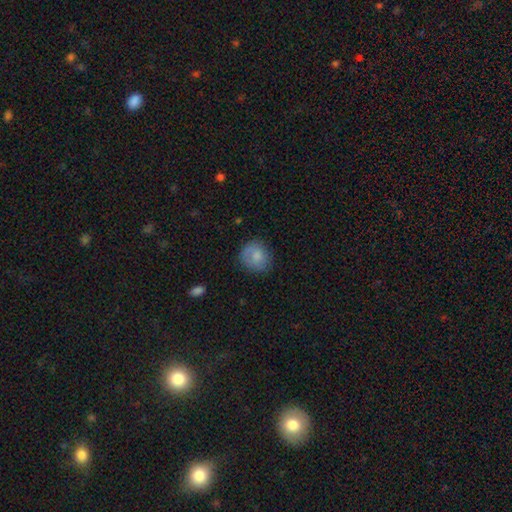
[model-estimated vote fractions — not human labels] Morphology: type=smooth (77%); roundness=round (83%); merging=none (75%).